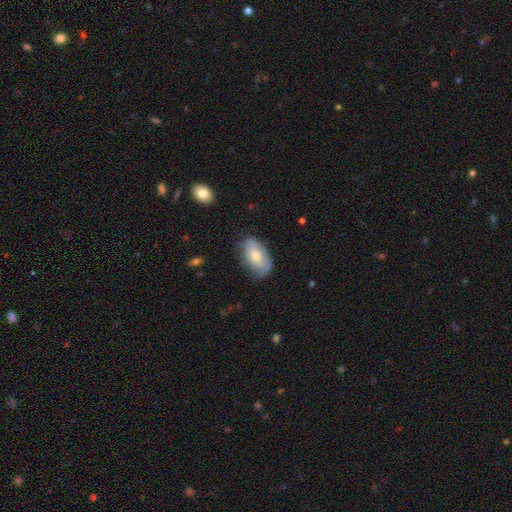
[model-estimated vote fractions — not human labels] Morphology: type=smooth (66%); roundness=in between (93%); merging=none (70%).